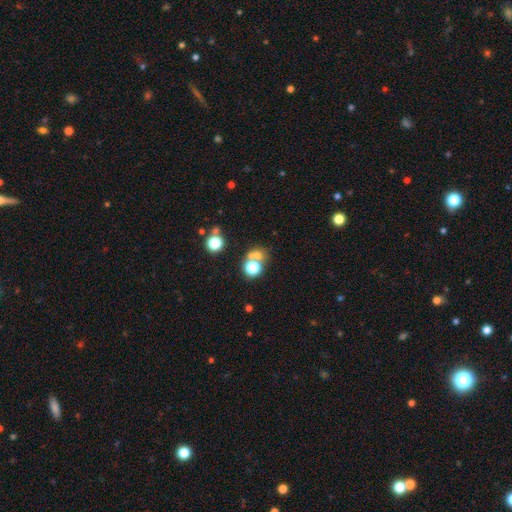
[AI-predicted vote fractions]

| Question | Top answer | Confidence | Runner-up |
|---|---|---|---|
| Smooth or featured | smooth | 58% | star or artifact (29%) |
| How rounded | round | 77% | in between (22%) |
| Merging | none | 49% | merger (38%) |